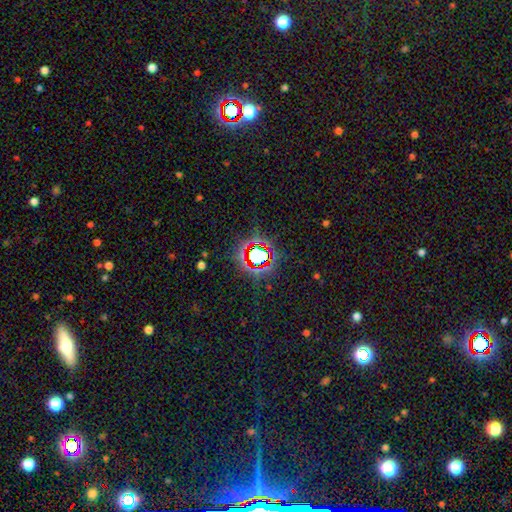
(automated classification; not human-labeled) Smooth or featured? star or artifact (70%)